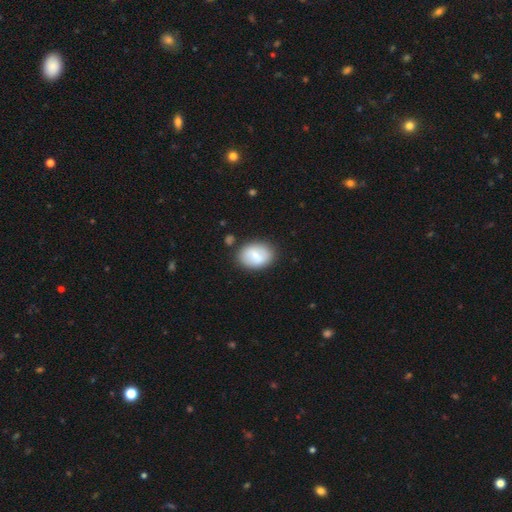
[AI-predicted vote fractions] Smooth or featured: smooth — 68% (featured or disk — 25%)
How rounded: in between — 71% (round — 28%)
Merging: none — 78% (minor disturbance — 14%)